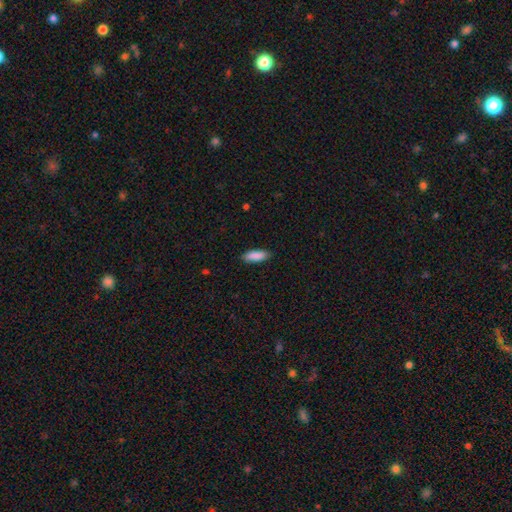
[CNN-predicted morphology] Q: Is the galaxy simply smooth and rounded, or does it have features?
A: smooth — 89%.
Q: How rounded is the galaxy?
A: in between — 66%.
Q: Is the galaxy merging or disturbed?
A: none — 87%.